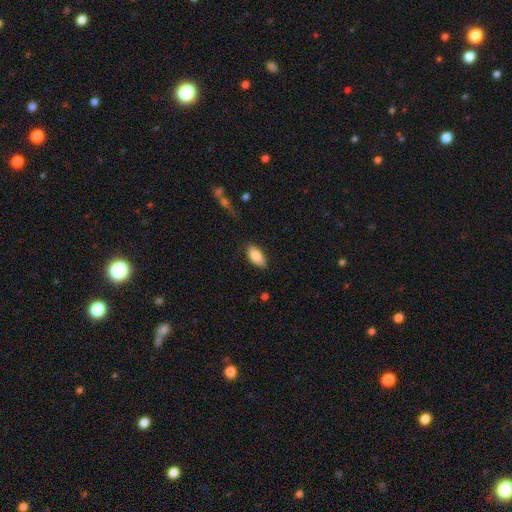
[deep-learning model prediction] smooth 85%, featured or disk 9%, star or artifact 6%. Down the decision tree: how rounded — in between (90%); merging — none (84%).